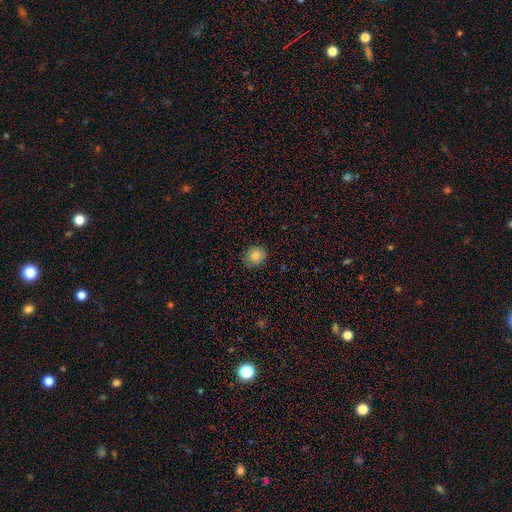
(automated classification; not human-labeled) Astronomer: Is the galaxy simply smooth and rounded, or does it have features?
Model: smooth — 81%.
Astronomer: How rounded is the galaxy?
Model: round — 69%.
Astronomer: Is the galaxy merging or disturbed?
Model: none — 84%.